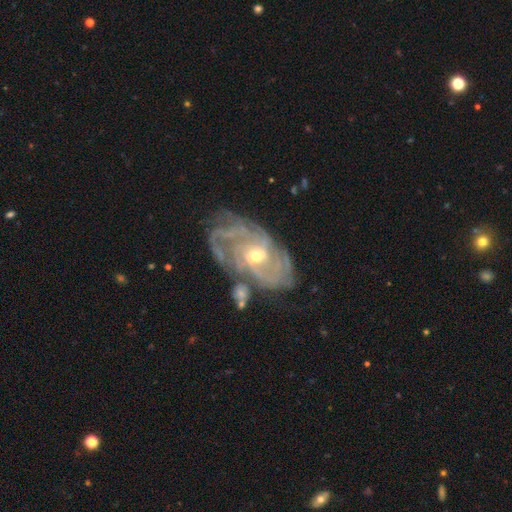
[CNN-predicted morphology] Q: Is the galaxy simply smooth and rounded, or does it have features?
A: featured or disk — 88%.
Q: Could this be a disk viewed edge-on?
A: no — 96%.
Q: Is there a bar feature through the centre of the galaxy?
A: no — 58%.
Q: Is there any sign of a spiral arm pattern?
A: yes — 95%.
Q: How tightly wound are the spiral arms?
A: tight — 64%.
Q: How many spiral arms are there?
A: can't tell — 35%.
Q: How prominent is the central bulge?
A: small — 55%.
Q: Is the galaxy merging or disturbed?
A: none — 56%.